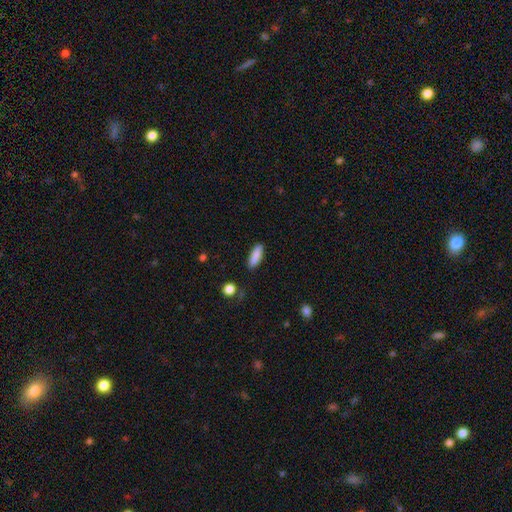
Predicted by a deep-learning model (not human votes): Morphology: type=smooth (87%); roundness=in between (51%); merging=none (87%).